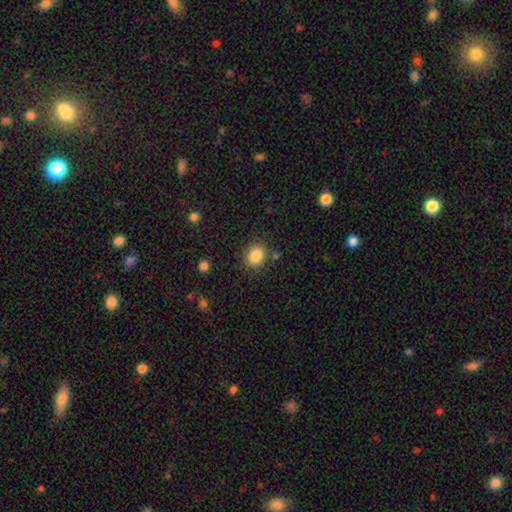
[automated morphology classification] Q: Smooth or featured?
A: smooth (86%); runner-up: star or artifact (9%)
Q: How rounded?
A: in between (53%); runner-up: round (46%)
Q: Merging?
A: none (83%); runner-up: minor disturbance (10%)